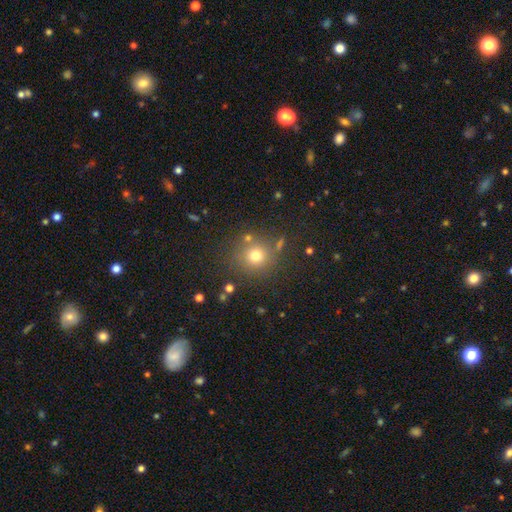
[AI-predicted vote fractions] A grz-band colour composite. It shows a smooth galaxy with no disk features (73%) that is round (92%). Merging: none (80%).